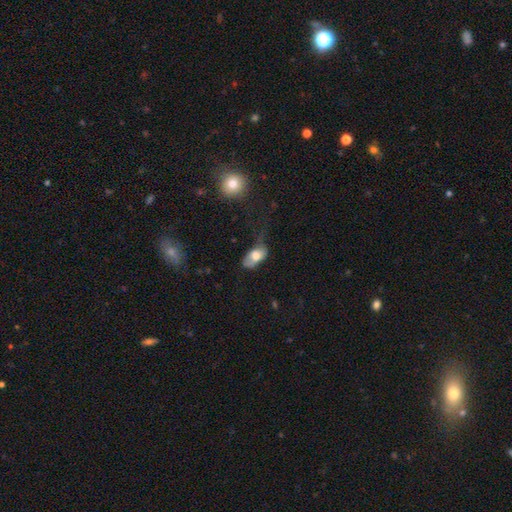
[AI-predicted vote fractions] smooth-or-featured: smooth: 69% | featured or disk: 23% | star or artifact: 8%
  how-rounded: in between: 89% | round: 7% | cigar-shaped: 3%
  merging: minor disturbance: 36% | major disturbance: 35% | none: 24% | merger: 5%